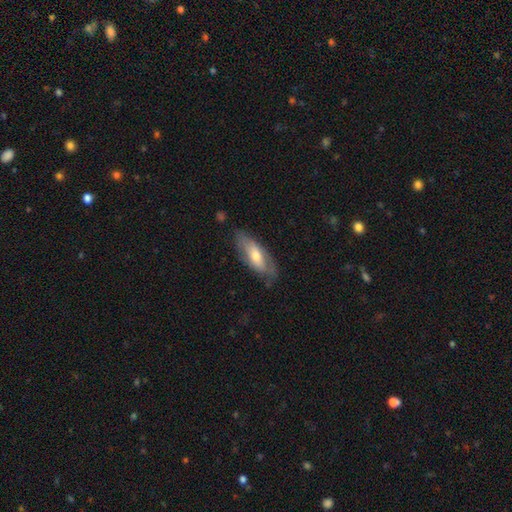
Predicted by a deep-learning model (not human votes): smooth-or-featured: smooth: 49% | featured or disk: 46% | star or artifact: 6%
  merging: none: 69% | minor disturbance: 23% | major disturbance: 7% | merger: 2%